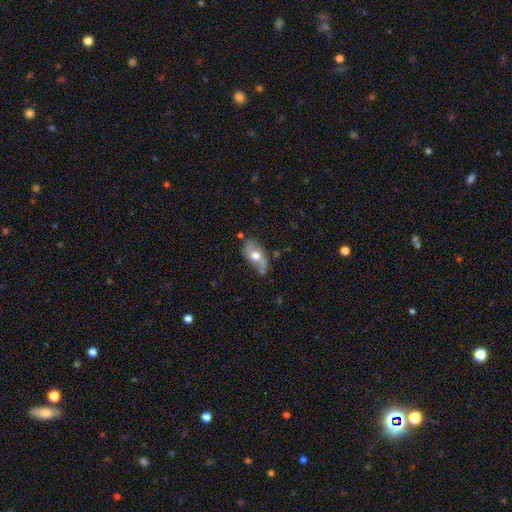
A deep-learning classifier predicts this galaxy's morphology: Smooth or featured: featured or disk — 50% (smooth — 43%)
Merging: none — 57% (minor disturbance — 28%)